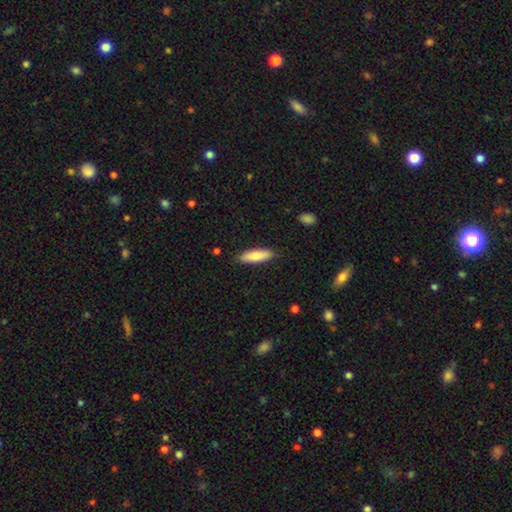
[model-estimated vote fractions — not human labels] smooth 76%, featured or disk 18%, star or artifact 6%. Down the decision tree: how rounded — cigar-shaped (55%); merging — none (87%).